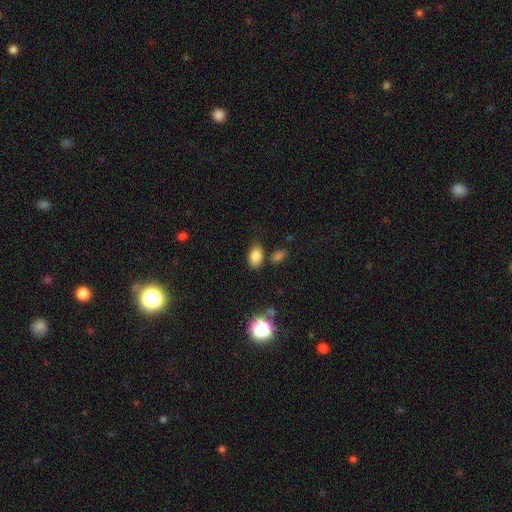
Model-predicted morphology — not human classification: A smooth galaxy with no disk features (81%) that is in between round and cigar-shaped (87%). Merging: none (74%).